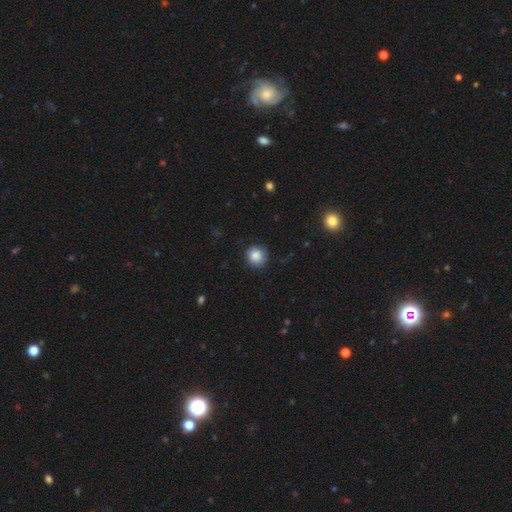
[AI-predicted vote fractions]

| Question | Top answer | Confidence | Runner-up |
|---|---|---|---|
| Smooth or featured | smooth | 86% | star or artifact (9%) |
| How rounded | round | 93% | in between (6%) |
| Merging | none | 86% | minor disturbance (11%) |